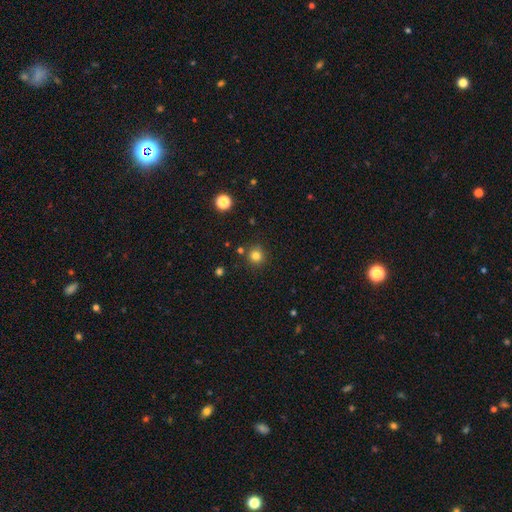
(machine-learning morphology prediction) smooth 81%, star or artifact 14%, featured or disk 6%. Down the decision tree: how rounded — round (93%); merging — none (87%).